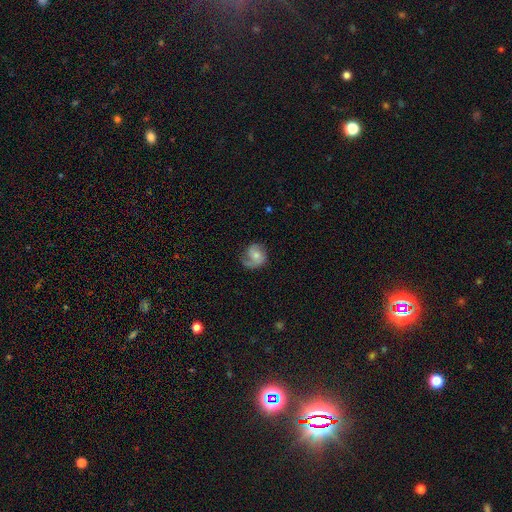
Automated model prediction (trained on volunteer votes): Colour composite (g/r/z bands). It shows a featured or disk galaxy (63%) with no bar (67%), 2 (57%) medium (44%) spiral arms (91%) and a moderate central bulge (44%). Merging: none (58%).